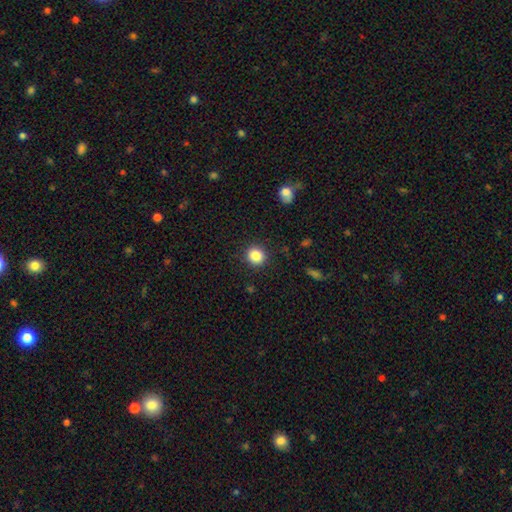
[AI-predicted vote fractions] smooth_or_featured: smooth (p=0.85) [alt: star or artifact p=0.10]
how_rounded: round (p=0.89) [alt: in between p=0.10]
merging: none (p=0.90) [alt: minor disturbance p=0.07]